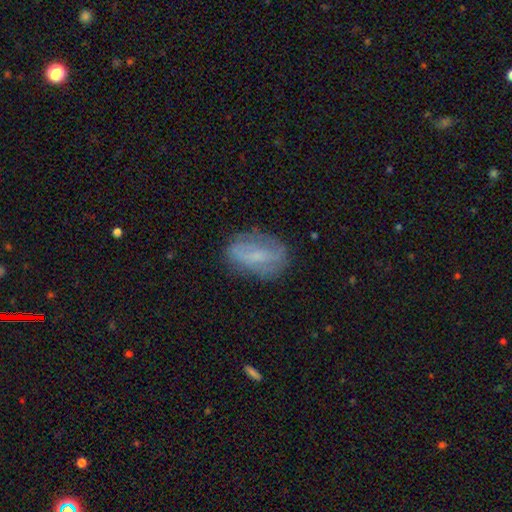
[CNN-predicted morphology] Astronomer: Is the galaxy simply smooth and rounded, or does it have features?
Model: smooth — 52% (runner-up: featured or disk, 39%).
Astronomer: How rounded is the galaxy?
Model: in between — 86%.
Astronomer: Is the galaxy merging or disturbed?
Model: none — 67%.